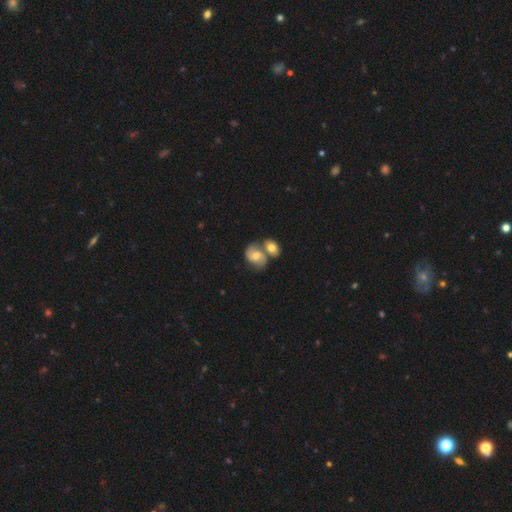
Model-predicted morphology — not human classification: A featured or disk galaxy (54%) with no bar (57%), spiral arms (85%) and a moderate central bulge (65%).

Vote fractions:
- Smooth or featured? featured or disk: 54% / smooth: 38% / star or artifact: 8%
- Edge-on disk? no: 97% / yes: 3%
- Bar? no: 57% / weak: 36% / strong: 7%
- Spiral arms? yes: 85% / no: 15%
- Bulge size? moderate: 65% / small: 25% / large: 6% / none: 2% / dominant: 1%
- Merging? merger: 50% / none: 34% / minor disturbance: 11% / major disturbance: 5%